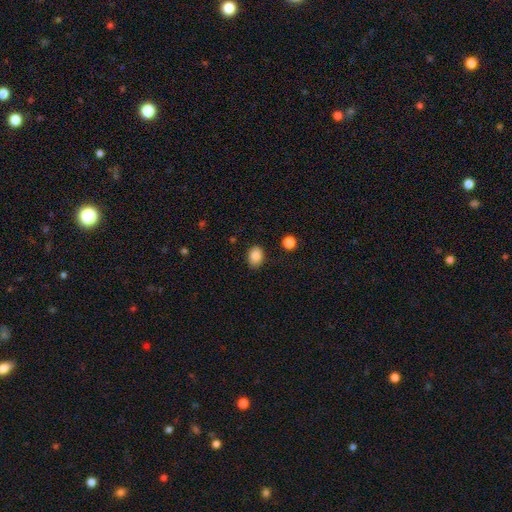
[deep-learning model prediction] smooth-or-featured: smooth: 86% | star or artifact: 9% | featured or disk: 5%
  how-rounded: in between: 59% | round: 41% | cigar-shaped: 1%
  merging: none: 85% | minor disturbance: 10% | major disturbance: 2% | merger: 2%